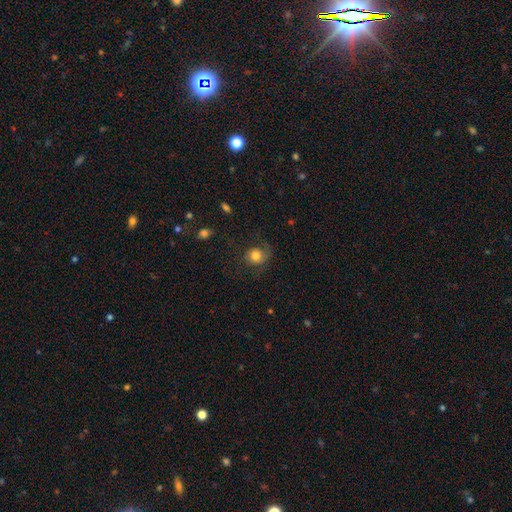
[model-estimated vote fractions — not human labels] Smooth or featured? Predicted: smooth (p=0.74). How rounded? Predicted: round (p=0.74). Merging? Predicted: none (p=0.60).